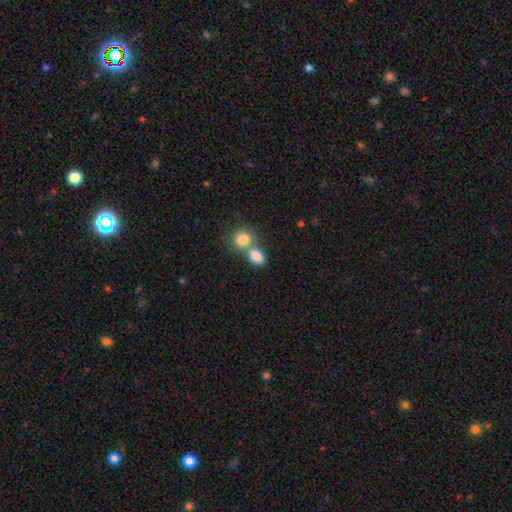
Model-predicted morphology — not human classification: Q: Smooth or featured?
A: smooth (84%); runner-up: star or artifact (8%)
Q: How rounded?
A: in between (62%); runner-up: round (36%)
Q: Merging?
A: merger (56%); runner-up: none (33%)